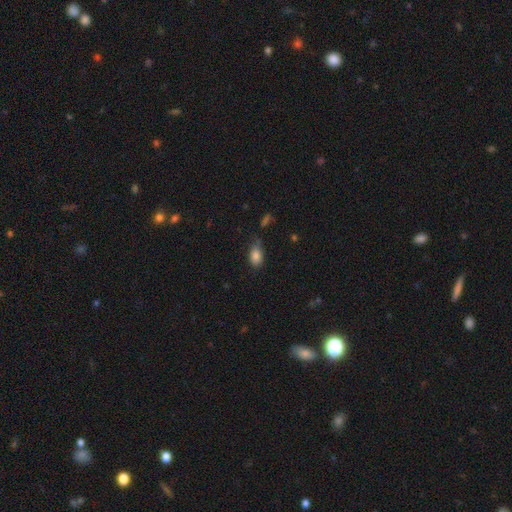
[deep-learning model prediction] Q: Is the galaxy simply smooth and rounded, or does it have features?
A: smooth — 84%.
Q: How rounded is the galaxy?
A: in between — 89%.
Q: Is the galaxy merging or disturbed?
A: none — 58%.